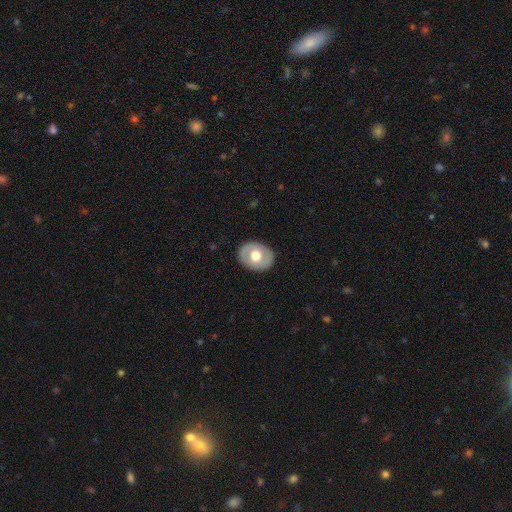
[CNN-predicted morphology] The model was most divided on "how rounded": in between: 57%, round: 42%, cigar-shaped: 1%. More confident: merging — none (86%); smooth or featured — smooth (55%).